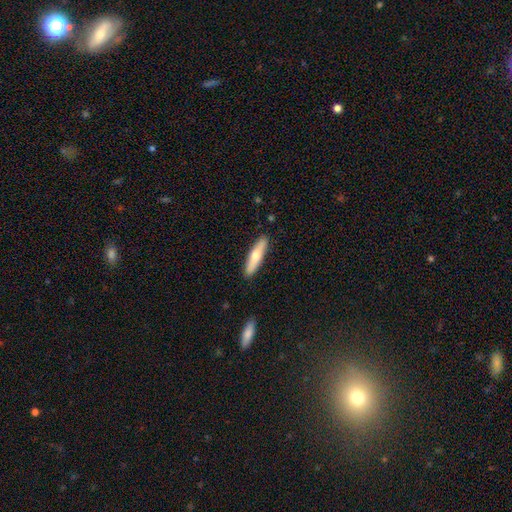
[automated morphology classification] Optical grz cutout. It shows a smooth galaxy with no disk features (57%) that is cigar-shaped (78%). Merging: none (89%).